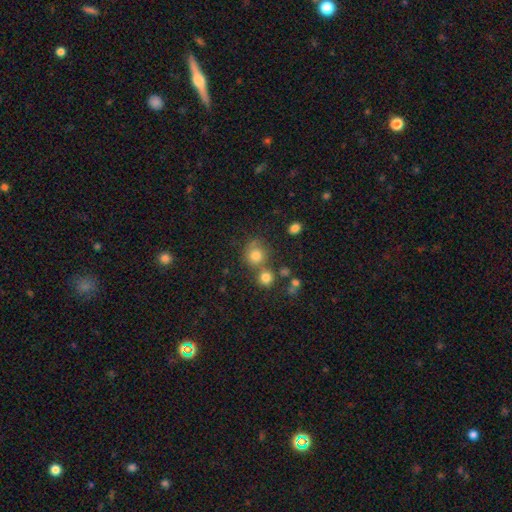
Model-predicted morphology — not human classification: Q: Smooth or featured?
A: smooth (76%); runner-up: star or artifact (15%)
Q: How rounded?
A: round (85%); runner-up: in between (14%)
Q: Merging?
A: none (59%); runner-up: merger (23%)